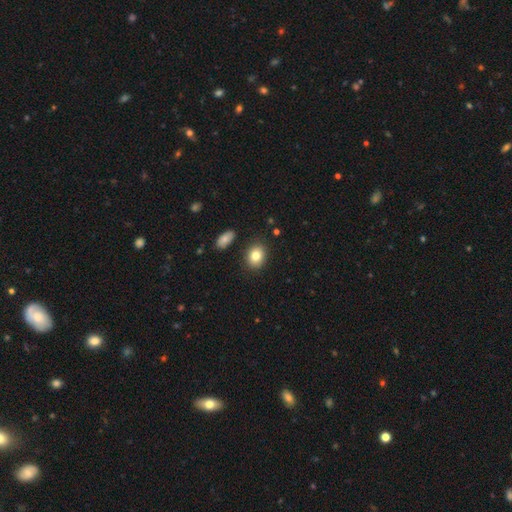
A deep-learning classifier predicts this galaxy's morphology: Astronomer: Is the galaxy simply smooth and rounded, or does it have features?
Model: smooth — 82%.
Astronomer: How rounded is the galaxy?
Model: in between — 53% (runner-up: round, 46%).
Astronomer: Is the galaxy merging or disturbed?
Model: none — 85%.